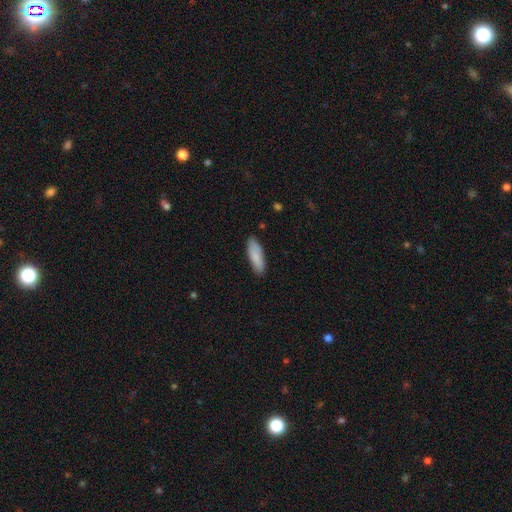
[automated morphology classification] A smooth galaxy with no disk features (86%) that is in between round and cigar-shaped (51%). Merging: none (86%).